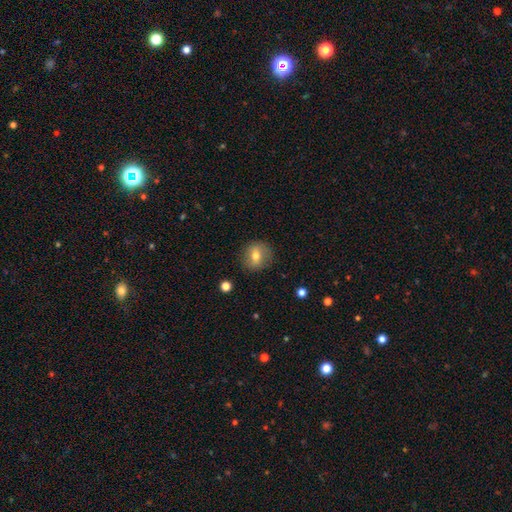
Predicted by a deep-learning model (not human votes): smooth-or-featured: smooth: 67% | featured or disk: 24% | star or artifact: 9%
  how-rounded: round: 76% | in between: 23% | cigar-shaped: 1%
  merging: none: 83% | minor disturbance: 12% | major disturbance: 4% | merger: 1%